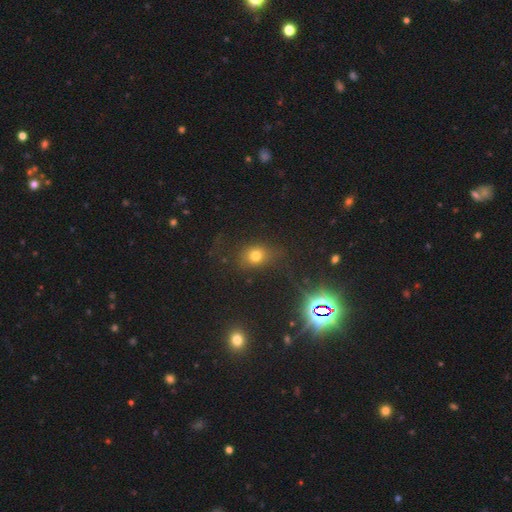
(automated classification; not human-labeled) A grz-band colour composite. It shows a smooth galaxy with no disk features (68%) that is round (59%). Merging: none (73%).